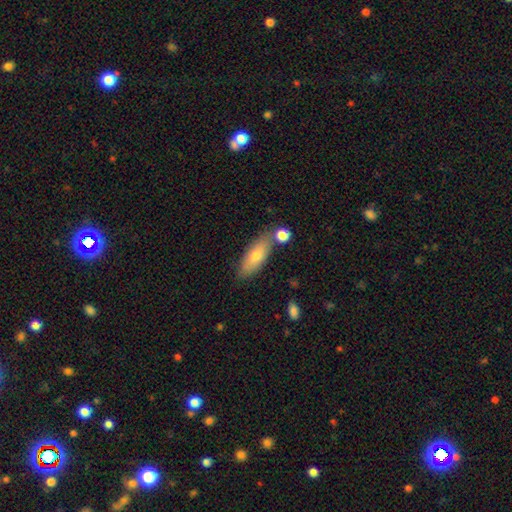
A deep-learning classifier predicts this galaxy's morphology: smooth 70%, featured or disk 23%, star or artifact 7%. Down the decision tree: how rounded — in between (64%); merging — none (73%).